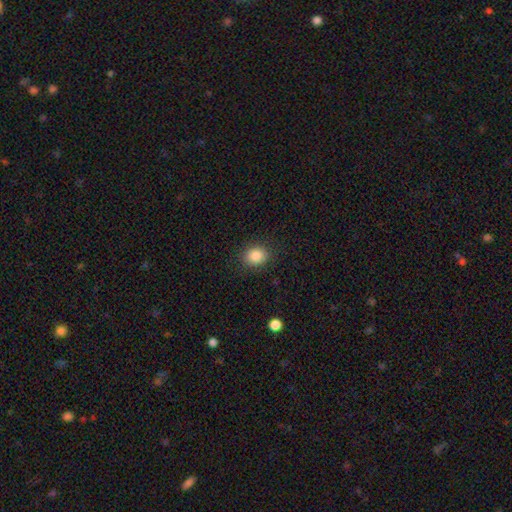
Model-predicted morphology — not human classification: This appears to be a smooth galaxy with no disk features (86%) that is round (55%). Merging: none (88%).